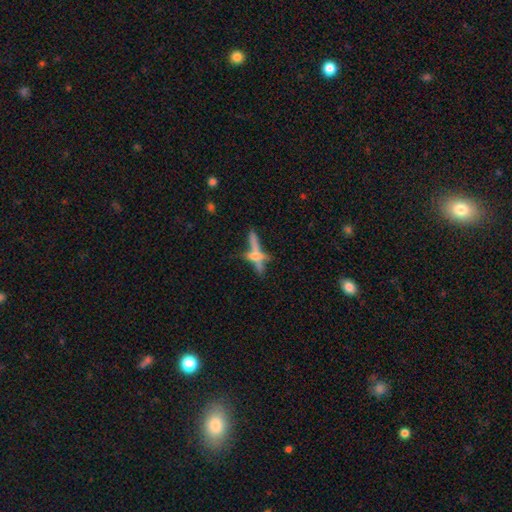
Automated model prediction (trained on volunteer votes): This appears to be a featured or disk galaxy (52%) viewed edge-on (83%). Merging: none (49%).